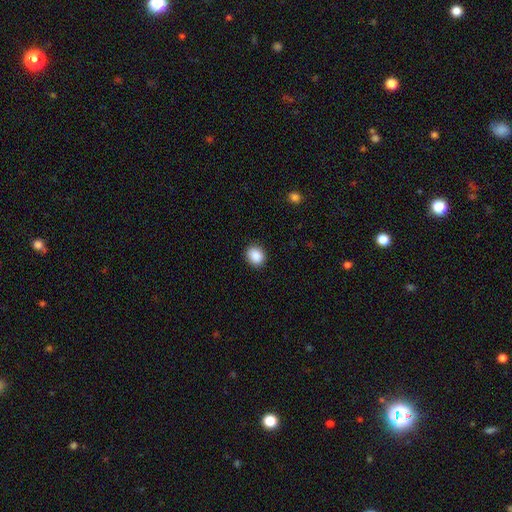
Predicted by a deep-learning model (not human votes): smooth_or_featured: smooth (p=0.89) [alt: star or artifact p=0.08]
how_rounded: round (p=0.52) [alt: in between p=0.47]
merging: none (p=0.89) [alt: minor disturbance p=0.07]